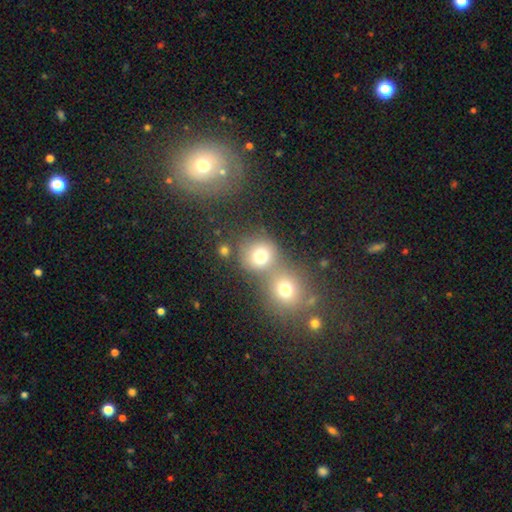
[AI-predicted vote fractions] Smooth or featured? smooth (69%)
How rounded? round (81%)
Merging? none (48%)